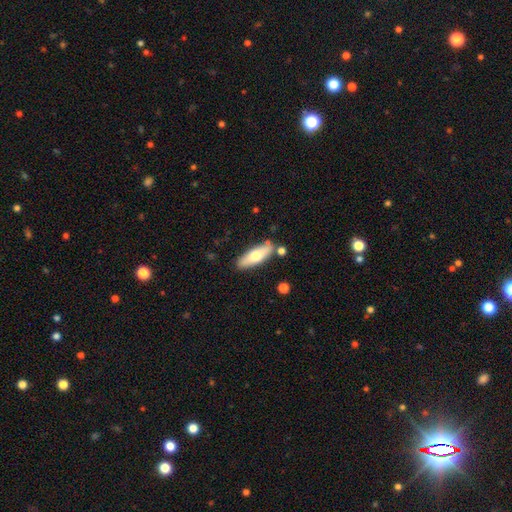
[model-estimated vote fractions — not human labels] Smooth or featured?
  - smooth: 63% *
  - featured or disk: 31%
  - star or artifact: 6%
How rounded?
  - in between: 55% *
  - cigar-shaped: 43%
  - round: 2%
Merging?
  - none: 80% *
  - minor disturbance: 12%
  - merger: 6%
  - major disturbance: 3%